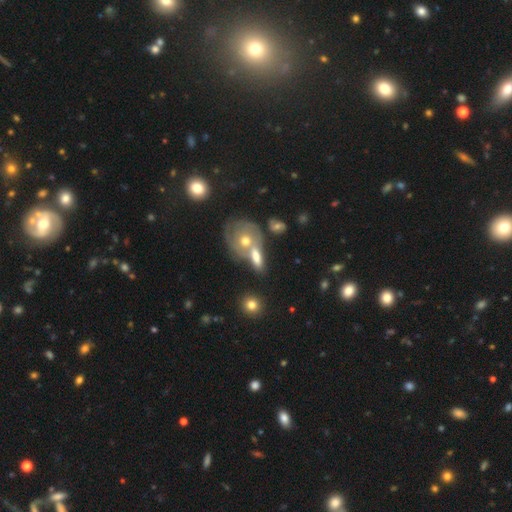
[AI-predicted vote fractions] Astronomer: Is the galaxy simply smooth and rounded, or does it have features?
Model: featured or disk — 44%, tied with smooth at 44%.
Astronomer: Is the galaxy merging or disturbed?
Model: merger — 41% (runner-up: none, 40%).